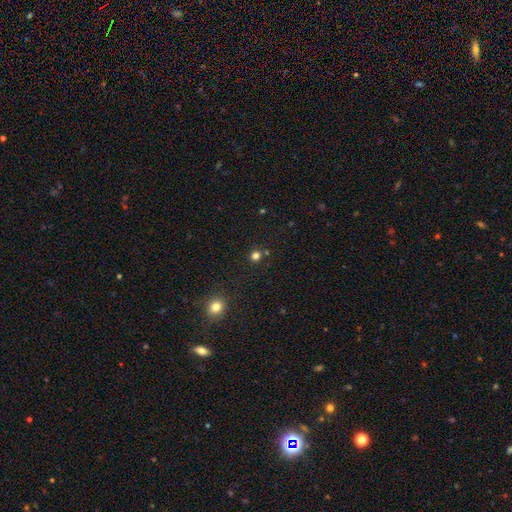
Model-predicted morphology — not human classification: This appears to be a smooth galaxy with no disk features (75%) that is round (89%). Merging: none (81%).